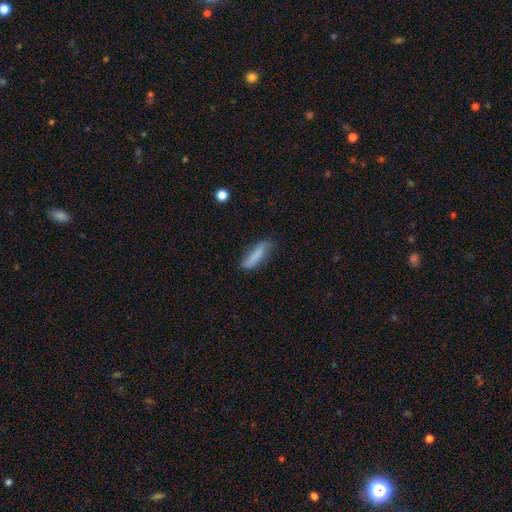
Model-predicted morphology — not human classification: A smooth galaxy with no disk features (69%) that is cigar-shaped (54%). Merging: none (54%).